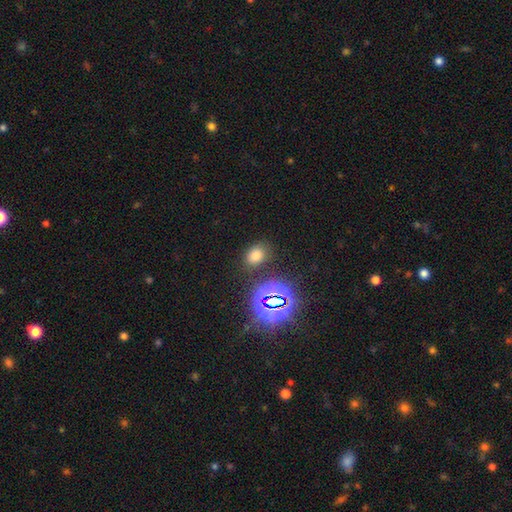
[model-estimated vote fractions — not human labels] Smooth or featured? Predicted: smooth (p=0.68). How rounded? Predicted: in between (p=0.64). Merging? Predicted: none (p=0.80).